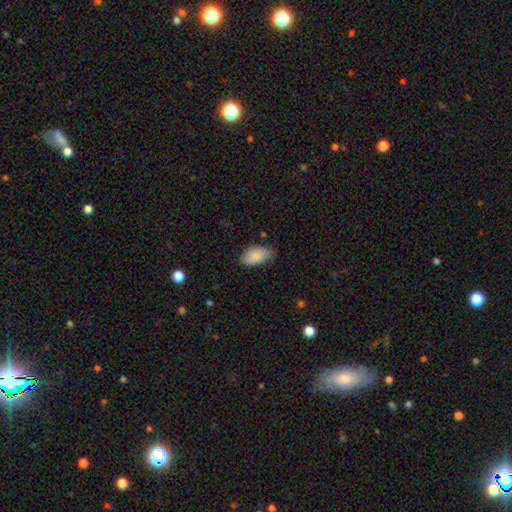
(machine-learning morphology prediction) A smooth galaxy with no disk features (88%) that is in between round and cigar-shaped (94%).

Vote fractions:
- Smooth or featured? smooth: 88% / star or artifact: 6% / featured or disk: 6%
- How rounded? in between: 94% / round: 4% / cigar-shaped: 2%
- Merging? none: 64% / minor disturbance: 29% / major disturbance: 5% / merger: 1%